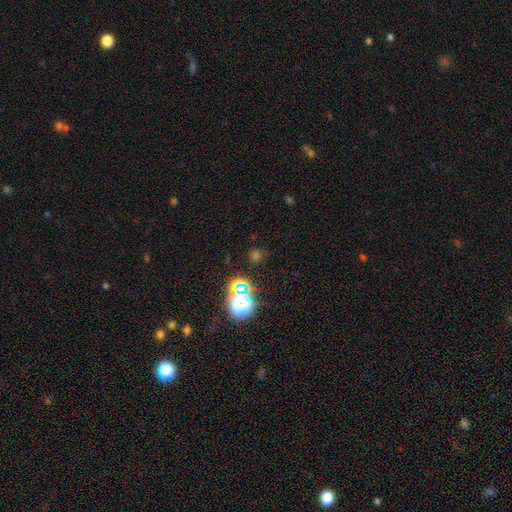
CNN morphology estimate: Overall: star or artifact (54%; smooth 38%).